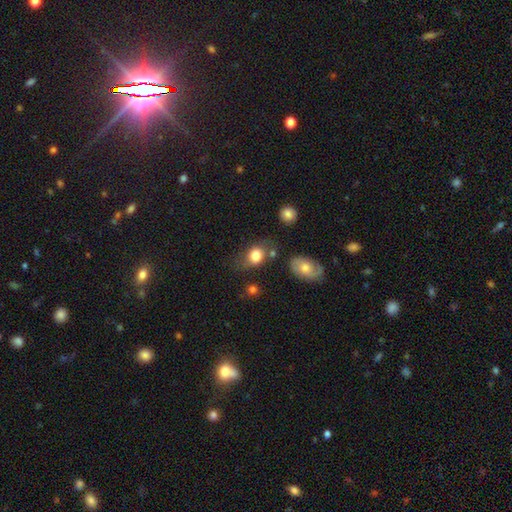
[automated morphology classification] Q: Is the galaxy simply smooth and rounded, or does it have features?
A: smooth — 81%.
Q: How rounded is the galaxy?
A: in between — 62%.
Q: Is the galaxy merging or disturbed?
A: none — 61%.